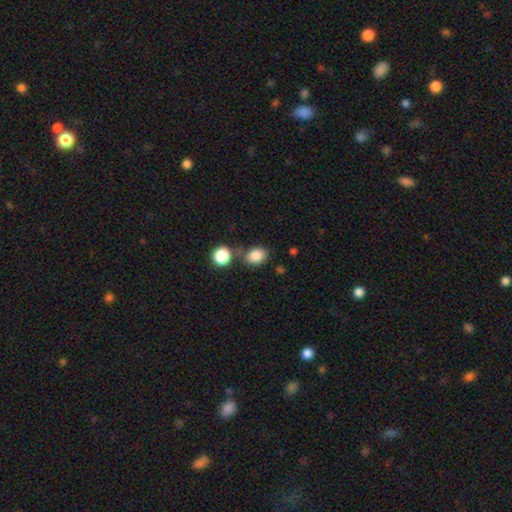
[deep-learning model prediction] smooth 85%, star or artifact 10%, featured or disk 5%. Down the decision tree: how rounded — in between (64%); merging — none (69%).